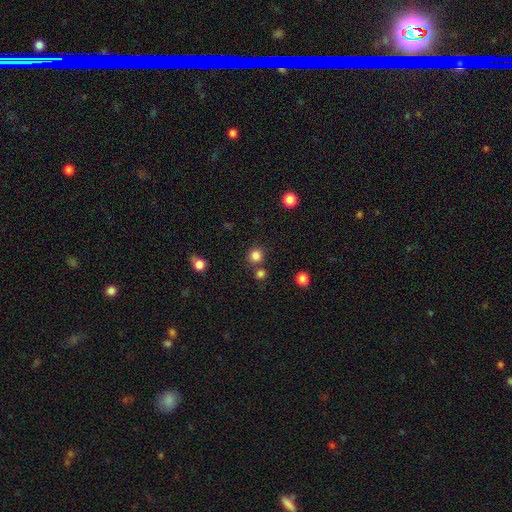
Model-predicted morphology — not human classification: The model was most divided on "merging": none: 77%, merger: 12%, minor disturbance: 7%, major disturbance: 3%. More confident: how rounded — round (91%); smooth or featured — smooth (82%).